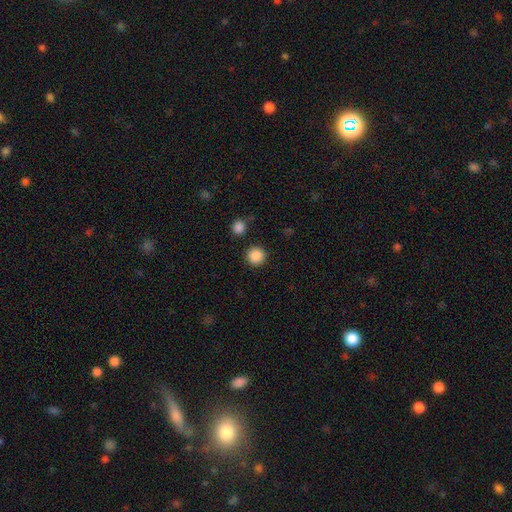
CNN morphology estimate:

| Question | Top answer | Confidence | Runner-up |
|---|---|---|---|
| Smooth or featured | smooth | 88% | star or artifact (10%) |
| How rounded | round | 95% | in between (4%) |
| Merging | none | 89% | minor disturbance (6%) |